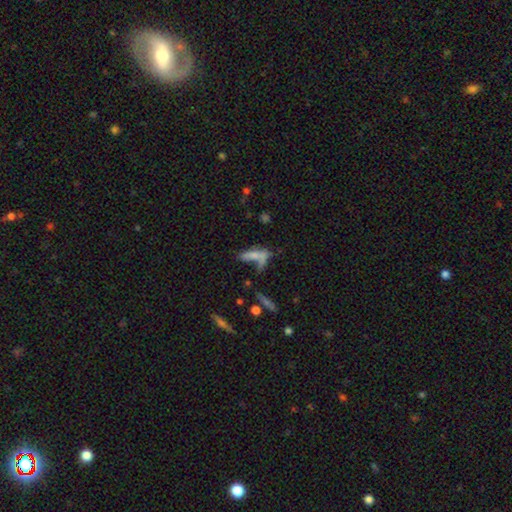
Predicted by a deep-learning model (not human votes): Smooth or featured?
  - smooth: 64% *
  - featured or disk: 24%
  - star or artifact: 12%
How rounded?
  - cigar-shaped: 52% *
  - in between: 44%
  - round: 4%
Merging?
  - none: 33% *
  - merger: 31%
  - major disturbance: 19%
  - minor disturbance: 17%